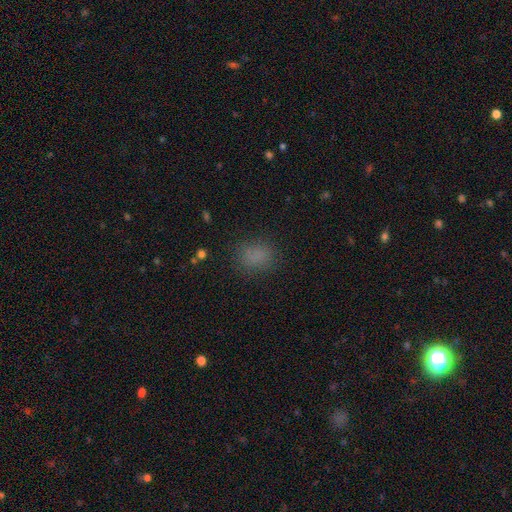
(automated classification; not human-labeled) The model was most divided on "how rounded": in between: 57%, round: 41%, cigar-shaped: 2%. More confident: merging — none (80%); smooth or featured — smooth (78%).